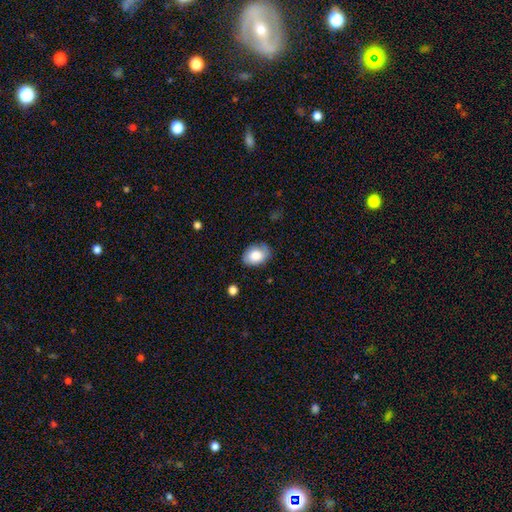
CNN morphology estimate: A smooth galaxy with no disk features (80%) that is in between round and cigar-shaped (78%).

Vote fractions:
- Smooth or featured? smooth: 80% / featured or disk: 13% / star or artifact: 7%
- How rounded? in between: 78% / round: 21% / cigar-shaped: 1%
- Merging? none: 76% / minor disturbance: 19% / major disturbance: 4% / merger: 1%